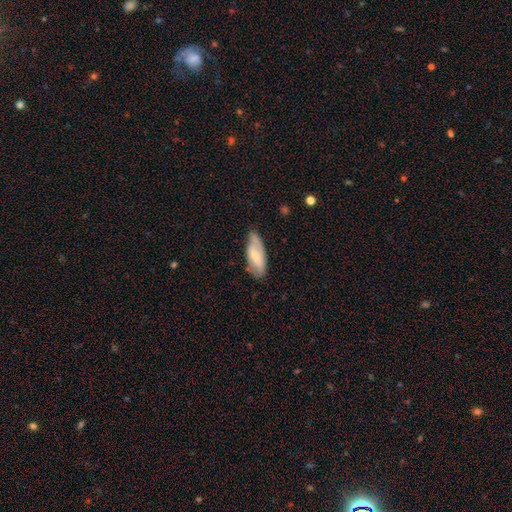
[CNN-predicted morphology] This is possibly a smooth galaxy (48%). Merging: likely none (64%).